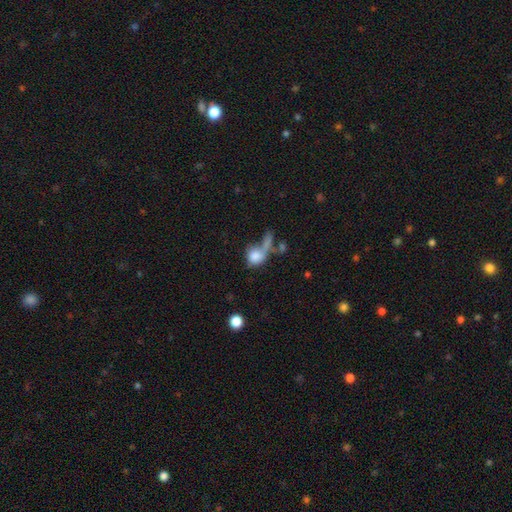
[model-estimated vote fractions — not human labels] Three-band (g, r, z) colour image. It shows a smooth galaxy with no disk features (74%) that is round (62%). Merging: merger (36%).